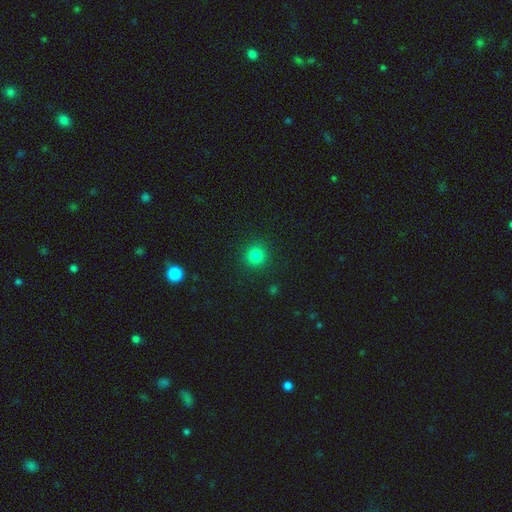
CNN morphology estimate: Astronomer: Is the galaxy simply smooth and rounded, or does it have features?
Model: smooth — 81%.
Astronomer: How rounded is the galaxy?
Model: round — 93%.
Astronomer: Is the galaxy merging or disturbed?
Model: none — 91%.